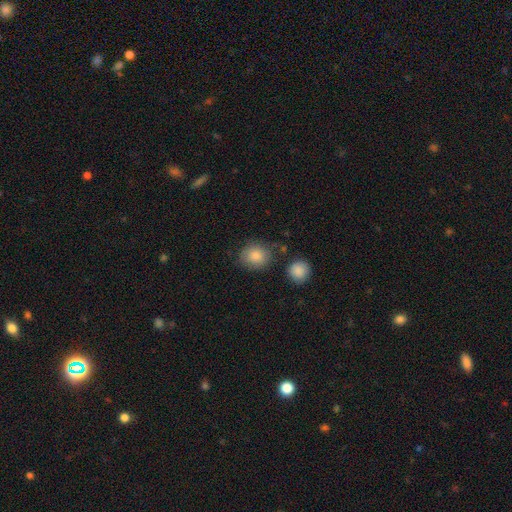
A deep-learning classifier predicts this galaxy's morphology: A smooth galaxy with no disk features (86%) that is round (76%). Merging: none (74%).